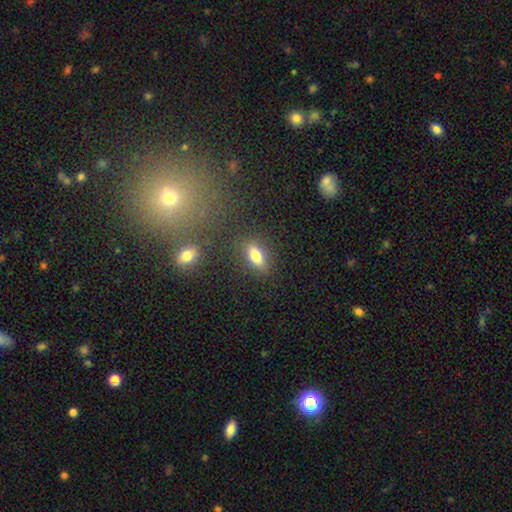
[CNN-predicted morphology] smooth 78%, featured or disk 12%, star or artifact 10%. Down the decision tree: how rounded — in between (80%); merging — none (84%).